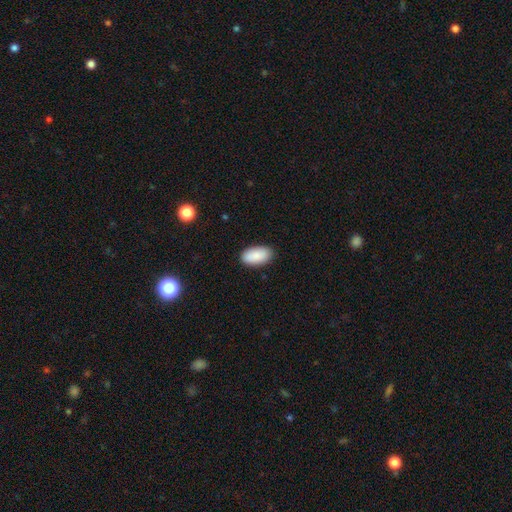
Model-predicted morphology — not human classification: The model was most divided on "merging": none: 88%, minor disturbance: 9%, major disturbance: 2%, merger: 1%. More confident: how rounded — in between (95%); smooth or featured — smooth (89%).